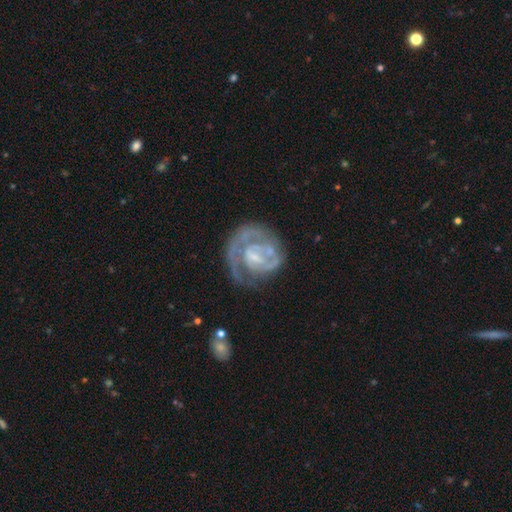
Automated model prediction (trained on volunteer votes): This is clearly a featured or disk galaxy (81%). It is clearly not viewed edge-on (98%). Bar: possibly no (46%). Spiral arm pattern: clearly yes (81%). Spiral arm count: marginally 1 (34%). Spiral winding: likely tight (60%). Central bulge: possibly small (46%). Merging: possibly none (53%).